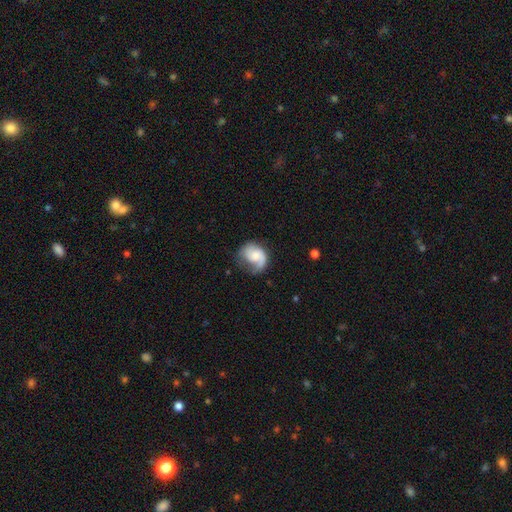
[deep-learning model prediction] smooth-or-featured: featured or disk: 59% | smooth: 35% | star or artifact: 7%
  disk-edge-on: no: 98% | yes: 2%
    bar: no: 68% | weak: 27% | strong: 4%
    has-spiral-arms: yes: 88% | no: 12%
      spiral-winding: medium: 39% | loose: 36% | tight: 25%
      spiral-arm-count: 1: 55% | 2: 34% | can't tell: 8% | 3: 1% | 4: 1% | more than 4: 1%
    bulge-size: small: 38% (tied) | moderate: 38% (tied) | none: 12% | large: 9% | dominant: 2%
  merging: none: 45% | minor disturbance: 28% | major disturbance: 25% | merger: 3%